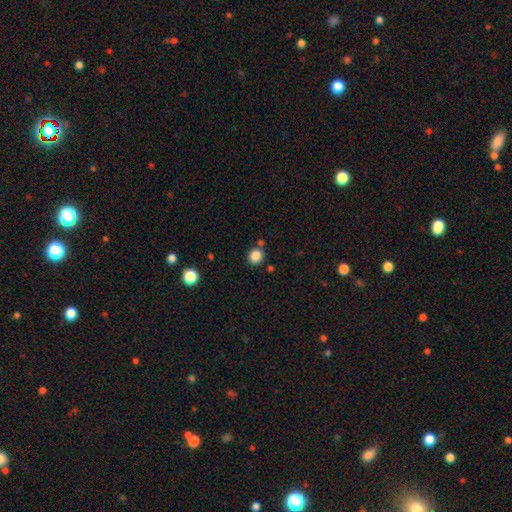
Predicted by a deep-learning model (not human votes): smooth-or-featured: smooth: 86% | star or artifact: 11% | featured or disk: 4%
  how-rounded: round: 82% | in between: 17% | cigar-shaped: 1%
  merging: none: 79% | minor disturbance: 10% | merger: 8% | major disturbance: 3%